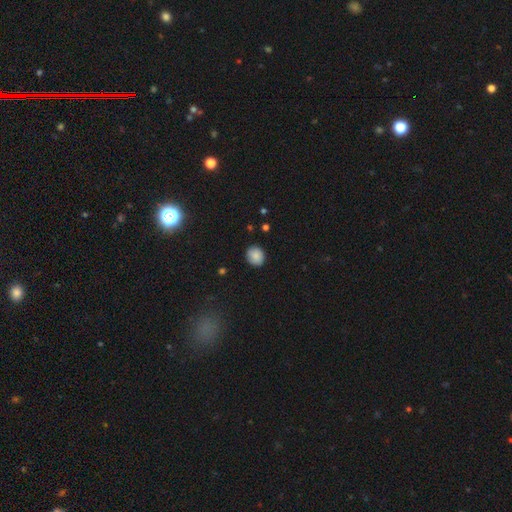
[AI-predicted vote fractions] Smooth or featured? smooth (86%)
How rounded? round (76%)
Merging? none (86%)